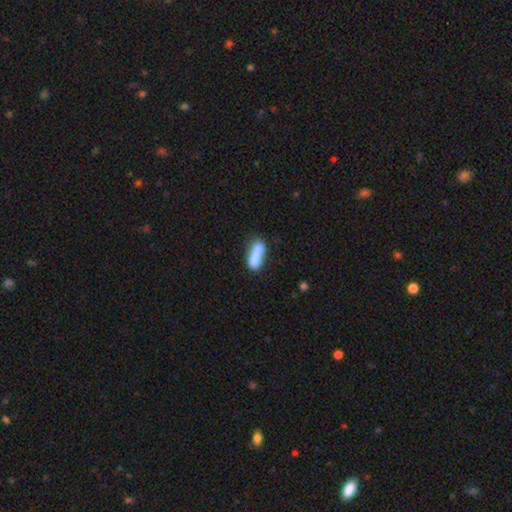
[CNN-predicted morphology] A smooth galaxy with no disk features (71%) that is in between round and cigar-shaped (56%).

Vote fractions:
- Smooth or featured? smooth: 71% / featured or disk: 20% / star or artifact: 9%
- How rounded? in between: 56% / cigar-shaped: 39% / round: 5%
- Merging? merger: 43% / none: 31% / minor disturbance: 16% / major disturbance: 10%